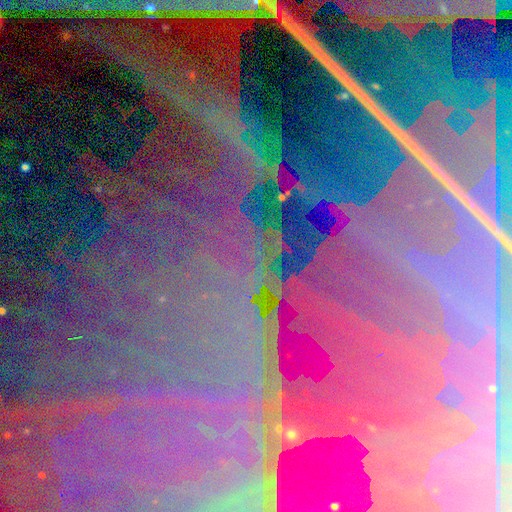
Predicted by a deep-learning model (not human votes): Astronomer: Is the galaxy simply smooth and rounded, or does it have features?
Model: star or artifact — 86%.